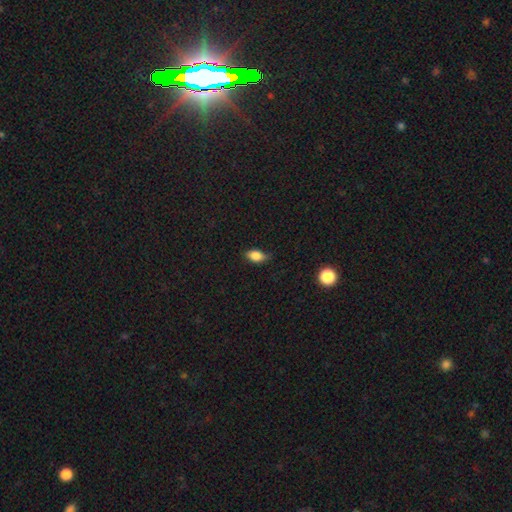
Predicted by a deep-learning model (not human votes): Morphology: type=smooth (82%); roundness=in between (85%); merging=none (67%).